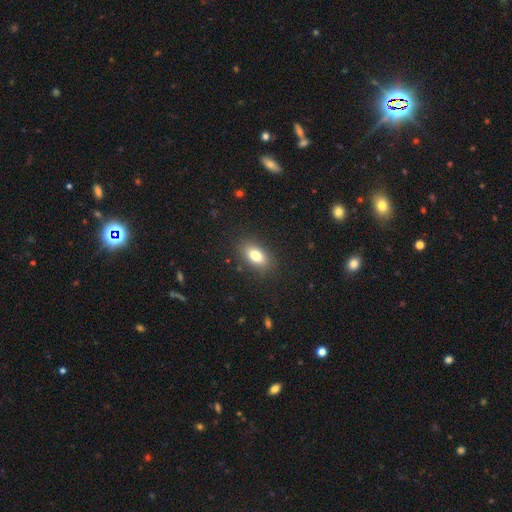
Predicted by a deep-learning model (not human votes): Smooth or featured: smooth — 79% (featured or disk — 11%)
How rounded: in between — 87% (round — 9%)
Merging: none — 87% (minor disturbance — 9%)